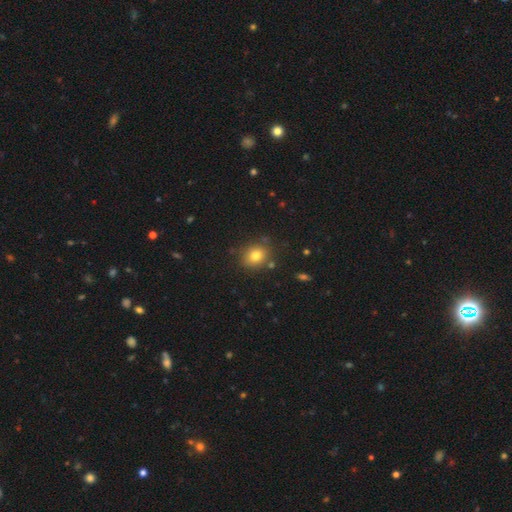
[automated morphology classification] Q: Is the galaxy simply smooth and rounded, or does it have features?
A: smooth — 79%.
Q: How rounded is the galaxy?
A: round — 69%.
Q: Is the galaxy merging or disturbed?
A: none — 82%.